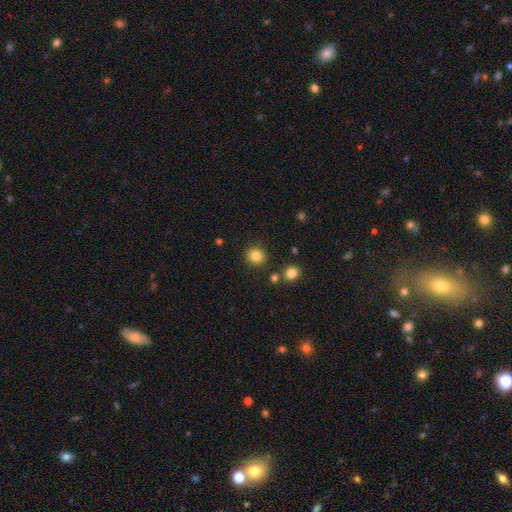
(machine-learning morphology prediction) Smooth or featured: smooth — 83% (star or artifact — 11%)
How rounded: round — 89% (in between — 10%)
Merging: none — 87% (minor disturbance — 7%)